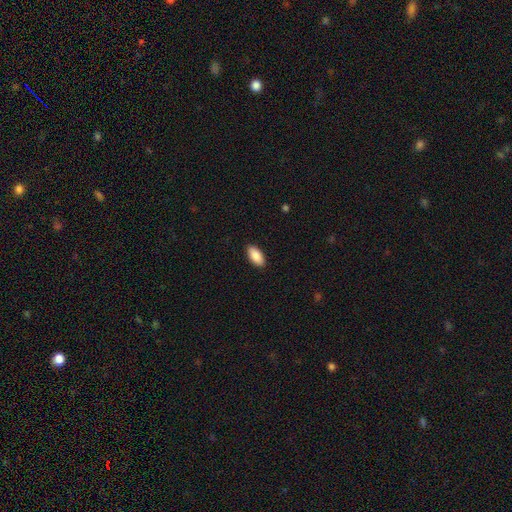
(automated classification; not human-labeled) Q: Smooth or featured?
A: smooth (89%); runner-up: star or artifact (6%)
Q: How rounded?
A: in between (92%); runner-up: cigar-shaped (6%)
Q: Merging?
A: none (90%); runner-up: minor disturbance (8%)